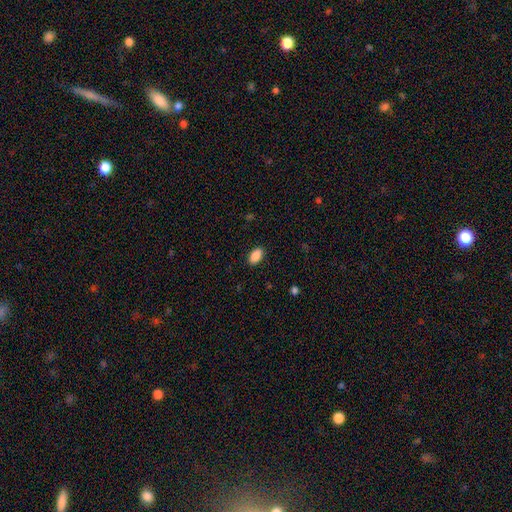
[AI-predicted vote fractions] A smooth galaxy with no disk features (89%) that is in between round and cigar-shaped (93%).

Vote fractions:
- Smooth or featured? smooth: 89% / star or artifact: 7% / featured or disk: 4%
- How rounded? in between: 93% / round: 4% / cigar-shaped: 3%
- Merging? none: 89% / minor disturbance: 8% / major disturbance: 2% / merger: 1%